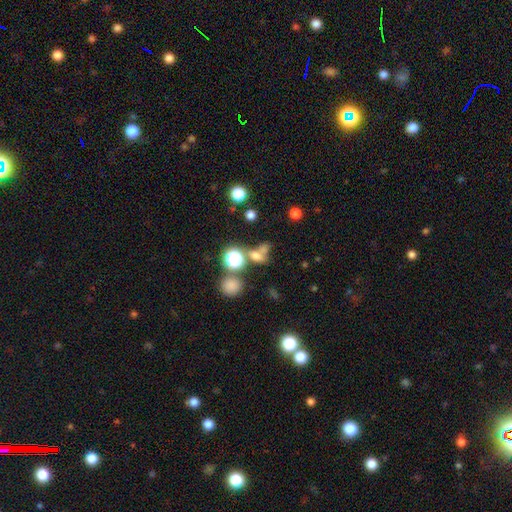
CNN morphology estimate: Smooth or featured? Predicted: smooth (p=0.60). How rounded? Predicted: round (p=0.53). Merging? Predicted: none (p=0.42).